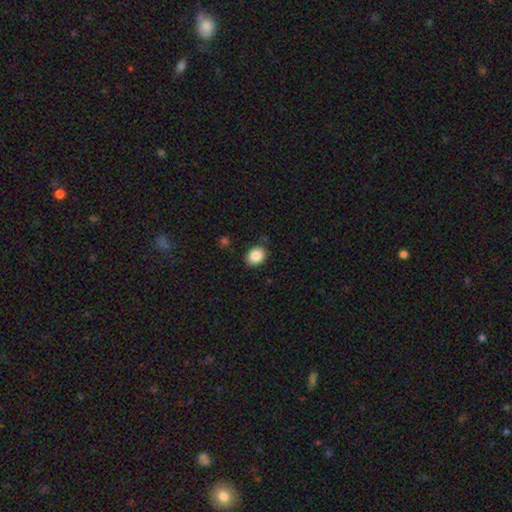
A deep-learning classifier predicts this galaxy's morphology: smooth_or_featured: smooth (p=0.87) [alt: star or artifact p=0.09]
how_rounded: in between (p=0.52) [alt: round p=0.47]
merging: none (p=0.85) [alt: minor disturbance p=0.11]